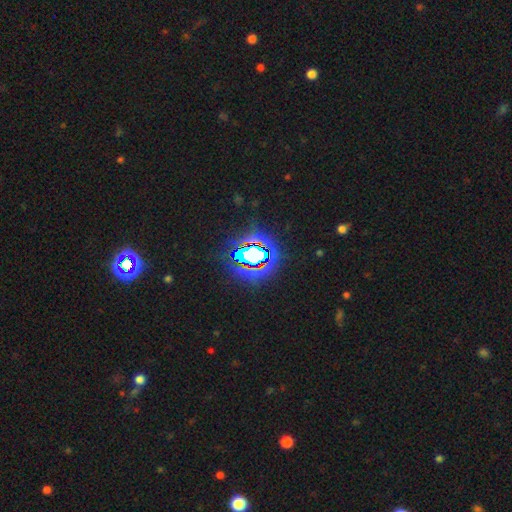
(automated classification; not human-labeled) Smooth or featured: star or artifact — 77% (smooth — 13%)